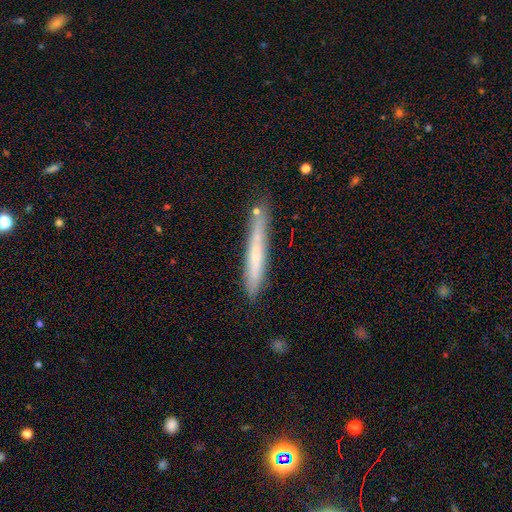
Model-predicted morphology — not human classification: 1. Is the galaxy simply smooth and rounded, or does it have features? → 51% smooth, 42% featured or disk, 7% star or artifact.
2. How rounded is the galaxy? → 95% cigar-shaped, 4% in between, 1% round.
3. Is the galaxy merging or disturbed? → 77% none, 16% minor disturbance, 5% merger, 3% major disturbance.